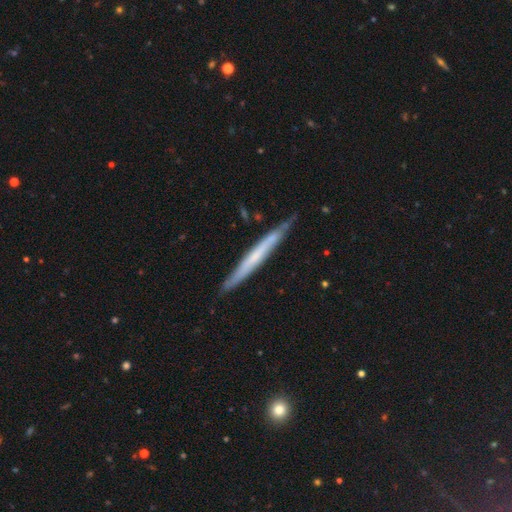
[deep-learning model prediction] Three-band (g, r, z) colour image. It shows a featured or disk galaxy (55%) viewed edge-on (93%) with no central bulge (77%). Merging: none (81%).